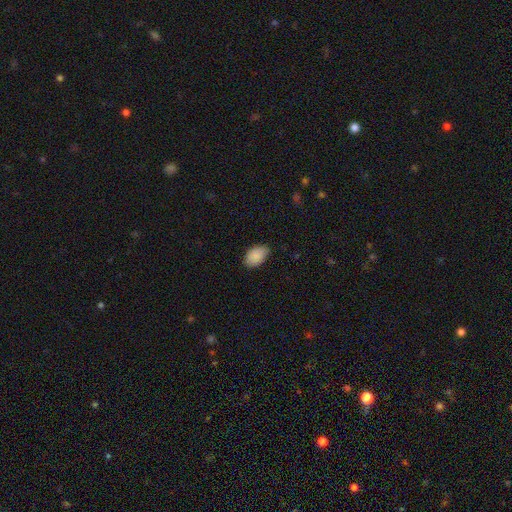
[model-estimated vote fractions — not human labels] A smooth galaxy with no disk features (90%) that is in between round and cigar-shaped (92%).

Vote fractions:
- Smooth or featured? smooth: 90% / star or artifact: 7% / featured or disk: 4%
- How rounded? in between: 92% / round: 7% / cigar-shaped: 1%
- Merging? none: 79% / minor disturbance: 17% / major disturbance: 3% / merger: 1%